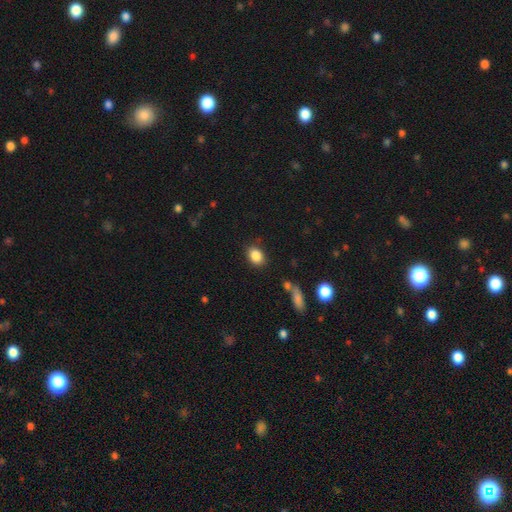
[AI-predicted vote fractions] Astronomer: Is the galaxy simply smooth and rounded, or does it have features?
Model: smooth — 87%.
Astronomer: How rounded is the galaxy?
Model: in between — 65%.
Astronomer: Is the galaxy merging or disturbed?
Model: none — 83%.